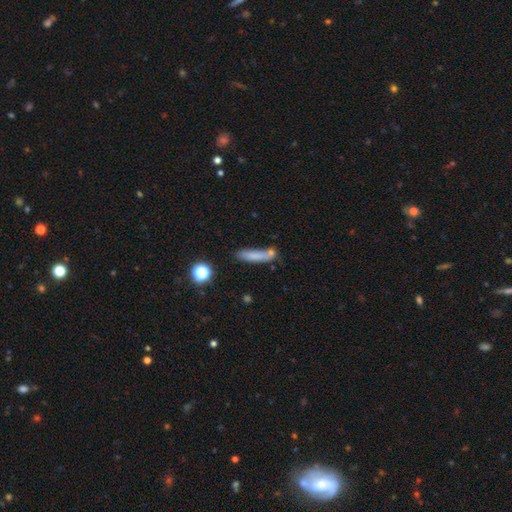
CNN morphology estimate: Overall: smooth (75%). How rounded: cigar-shaped (79%). Merging: none (57%; minor disturbance 19%).